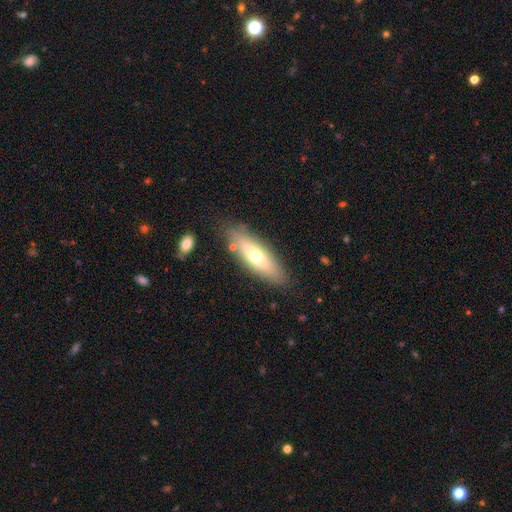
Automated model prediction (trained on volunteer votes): Smooth or featured? Predicted: smooth (p=0.59). How rounded? Predicted: cigar-shaped (p=0.54). Merging? Predicted: none (p=0.81).